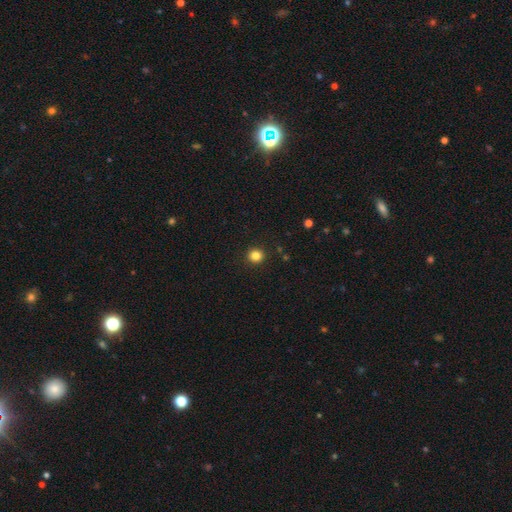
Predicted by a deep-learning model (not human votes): smooth 83%, star or artifact 12%, featured or disk 4%. Down the decision tree: how rounded — round (90%); merging — none (92%).